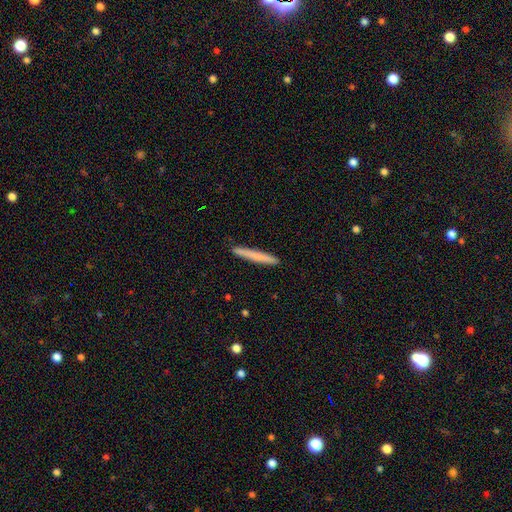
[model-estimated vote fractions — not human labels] Morphology: type=smooth (71%); roundness=cigar-shaped (97%); merging=none (92%).